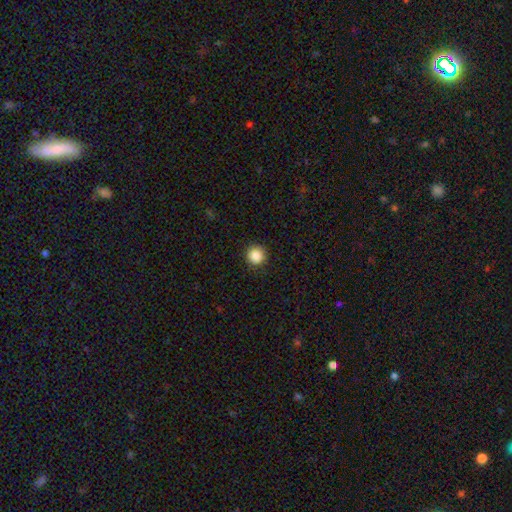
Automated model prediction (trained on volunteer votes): Smooth or featured? smooth (88%)
How rounded? round (95%)
Merging? none (91%)